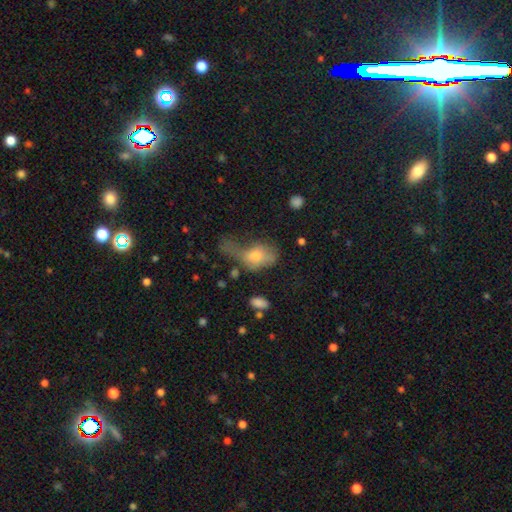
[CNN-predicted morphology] smooth-or-featured: smooth: 64% | featured or disk: 26% | star or artifact: 10%
  how-rounded: in between: 78% | round: 18% | cigar-shaped: 4%
  merging: major disturbance: 52% | minor disturbance: 22% | none: 17% | merger: 9%